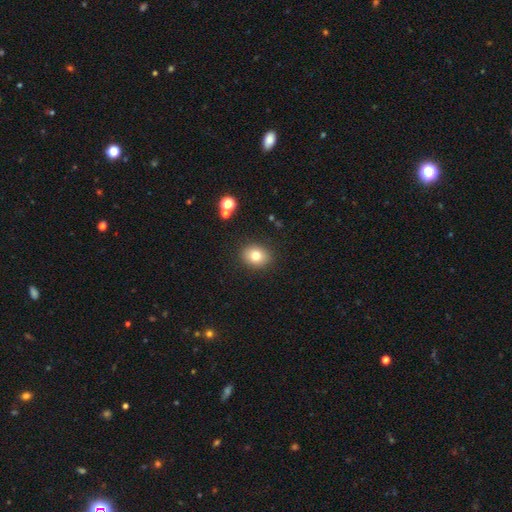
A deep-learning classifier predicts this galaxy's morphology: Smooth or featured: smooth — 79% (star or artifact — 11%)
How rounded: round — 55% (in between — 44%)
Merging: none — 88% (minor disturbance — 8%)